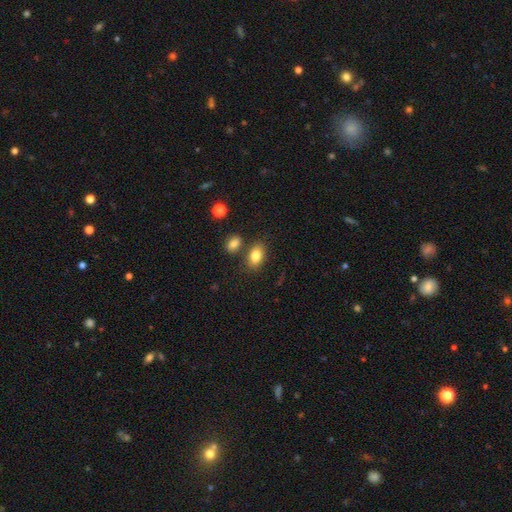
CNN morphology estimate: smooth_or_featured: smooth (p=0.82) [alt: featured or disk p=0.09]
how_rounded: in between (p=0.85) [alt: round p=0.14]
merging: none (p=0.72) [alt: merger p=0.13]